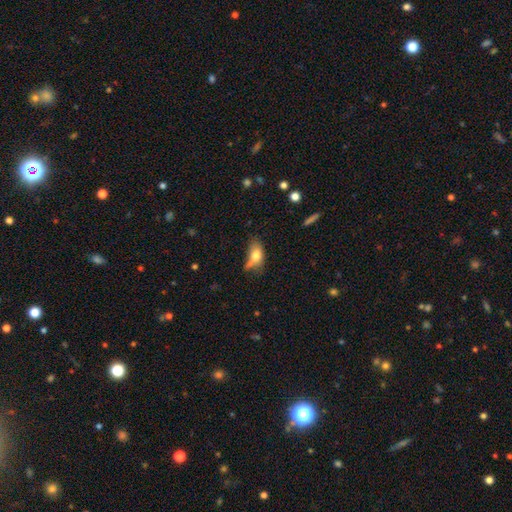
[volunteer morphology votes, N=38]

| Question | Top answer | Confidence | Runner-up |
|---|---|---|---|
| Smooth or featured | smooth | 79% | featured or disk (18%) |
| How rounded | in between | 93% | round (3%) |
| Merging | none | 62% | merger (22%) |